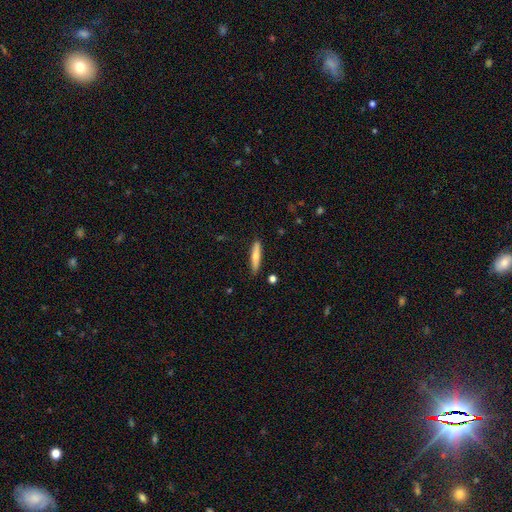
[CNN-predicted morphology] A smooth galaxy with no disk features (66%) that is cigar-shaped (86%).

Vote fractions:
- Smooth or featured? smooth: 66% / featured or disk: 28% / star or artifact: 6%
- How rounded? cigar-shaped: 86% / in between: 12% / round: 2%
- Merging? none: 88% / minor disturbance: 9% / major disturbance: 2% / merger: 2%